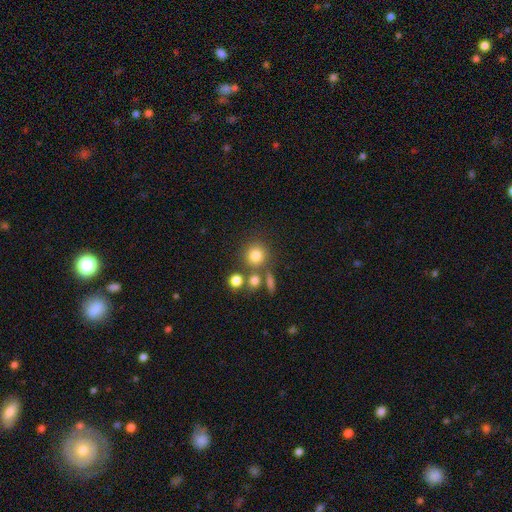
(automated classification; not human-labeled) smooth-or-featured: smooth: 78% | star or artifact: 13% | featured or disk: 9%
  how-rounded: round: 90% | in between: 9% | cigar-shaped: 1%
  merging: none: 72% | merger: 15% | minor disturbance: 9% | major disturbance: 4%